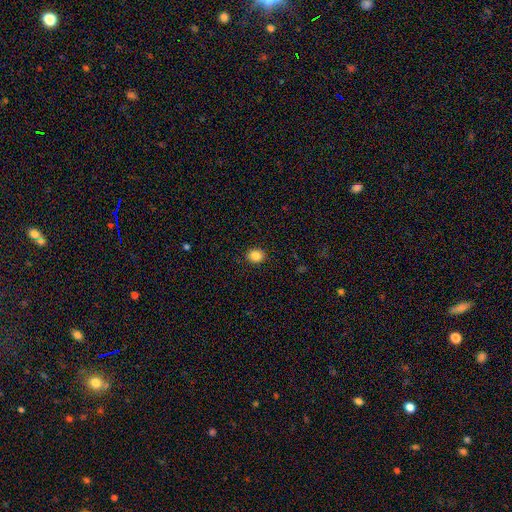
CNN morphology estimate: type=smooth (86%); roundness=round (60%); merging=none (90%).